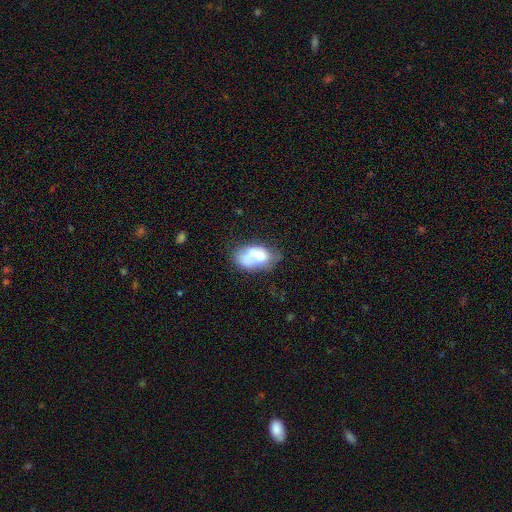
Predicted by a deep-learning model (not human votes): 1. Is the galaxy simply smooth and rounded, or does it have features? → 65% smooth, 26% featured or disk, 9% star or artifact.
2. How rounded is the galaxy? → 91% in between, 8% round, 2% cigar-shaped.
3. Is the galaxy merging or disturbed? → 36% none, 28% minor disturbance, 19% merger, 16% major disturbance.